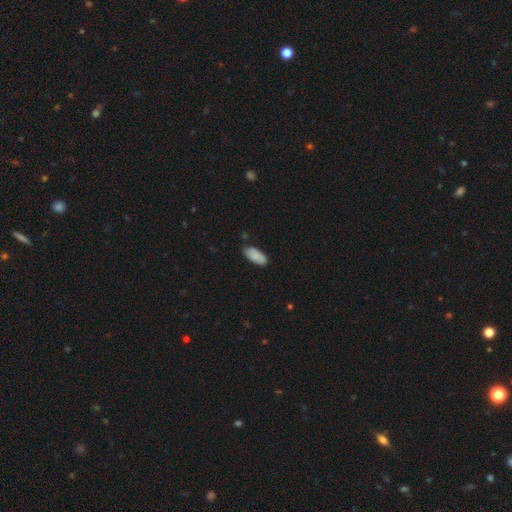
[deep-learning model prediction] Overall: smooth (86%). How rounded: in between (88%). Merging: none (80%).